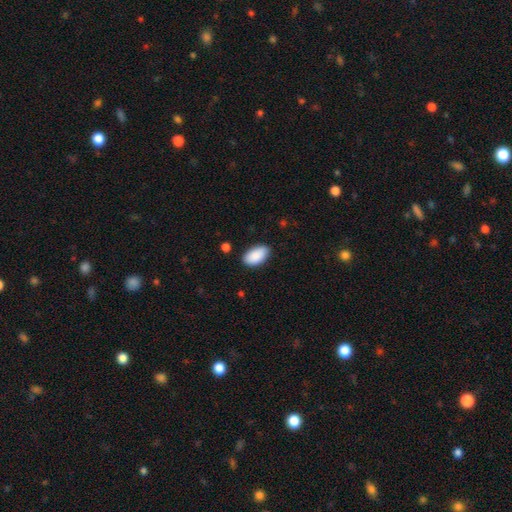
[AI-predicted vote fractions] Smooth or featured? smooth (90%)
How rounded? in between (96%)
Merging? none (84%)